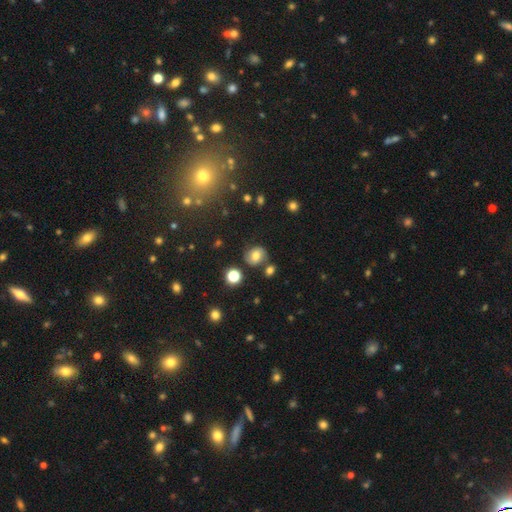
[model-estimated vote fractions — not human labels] Smooth or featured? smooth (60%)
How rounded? round (69%)
Merging? none (74%)